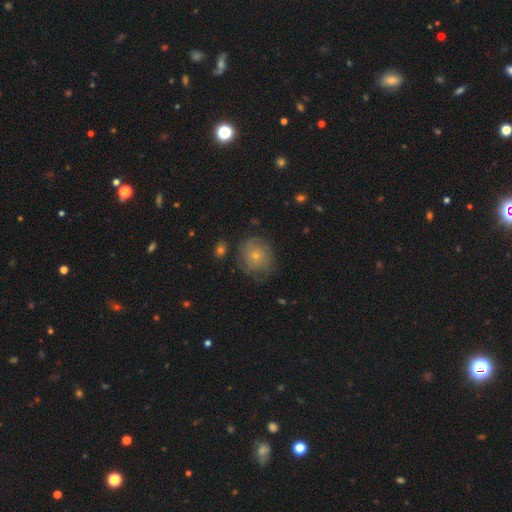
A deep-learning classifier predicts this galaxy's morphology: Smooth or featured?
  - smooth: 54% *
  - featured or disk: 37%
  - star or artifact: 9%
How rounded?
  - round: 83% *
  - in between: 16%
  - cigar-shaped: 1%
Merging?
  - none: 67% *
  - minor disturbance: 22%
  - major disturbance: 9%
  - merger: 2%